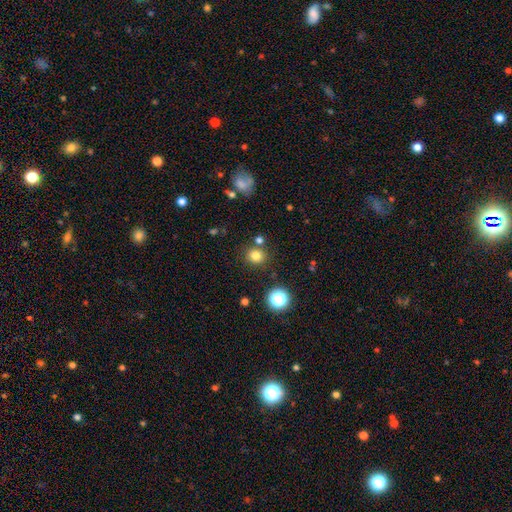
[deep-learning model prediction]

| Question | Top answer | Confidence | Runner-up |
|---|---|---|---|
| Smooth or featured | smooth | 79% | star or artifact (16%) |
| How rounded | round | 87% | in between (12%) |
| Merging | none | 81% | minor disturbance (9%) |